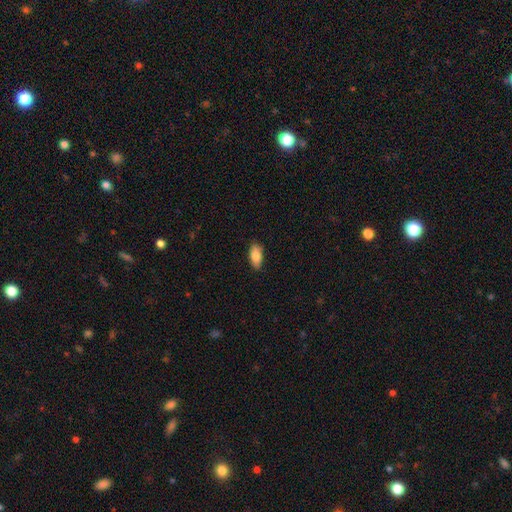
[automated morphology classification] Smooth or featured: smooth — 84% (featured or disk — 10%)
How rounded: in between — 89% (cigar-shaped — 8%)
Merging: none — 85% (minor disturbance — 12%)